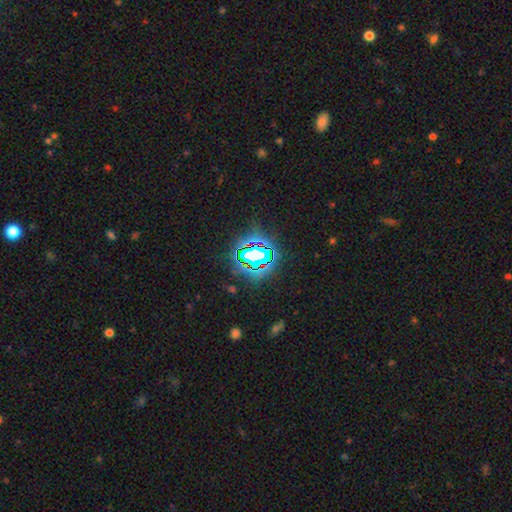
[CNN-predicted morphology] type=star or artifact (75%).